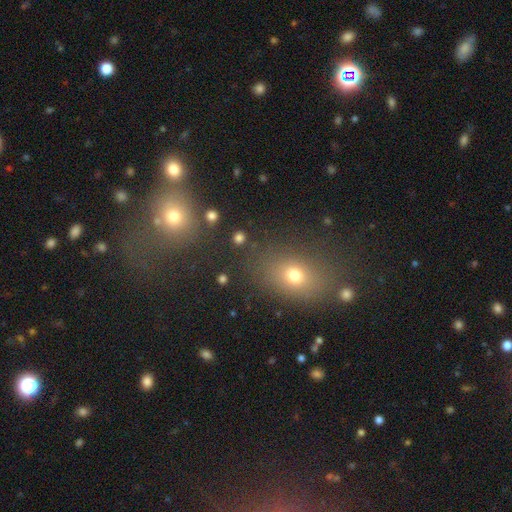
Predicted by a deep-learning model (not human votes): smooth_or_featured: smooth (p=0.58) [alt: star or artifact p=0.31]
how_rounded: in between (p=0.58) [alt: round p=0.40]
merging: none (p=0.72) [alt: minor disturbance p=0.12]